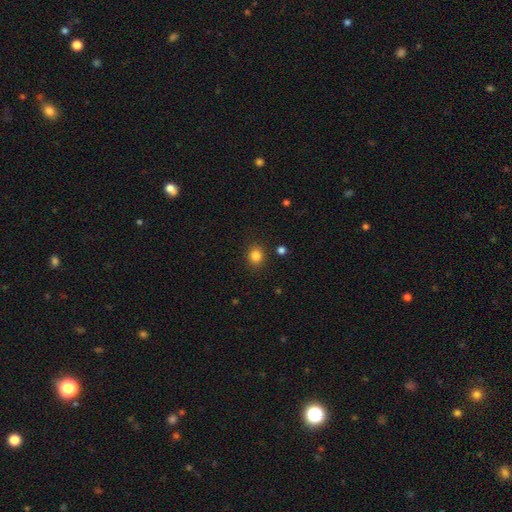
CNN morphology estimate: type=smooth (84%); roundness=round (70%); merging=none (87%).